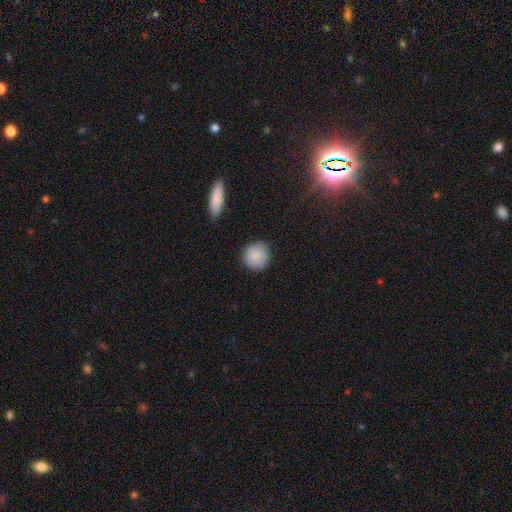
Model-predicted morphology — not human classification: A smooth galaxy with no disk features (84%) that is round (92%).

Vote fractions:
- Smooth or featured? smooth: 84% / featured or disk: 9% / star or artifact: 7%
- How rounded? round: 92% / in between: 7% / cigar-shaped: 1%
- Merging? none: 84% / minor disturbance: 12% / major disturbance: 3% / merger: 1%